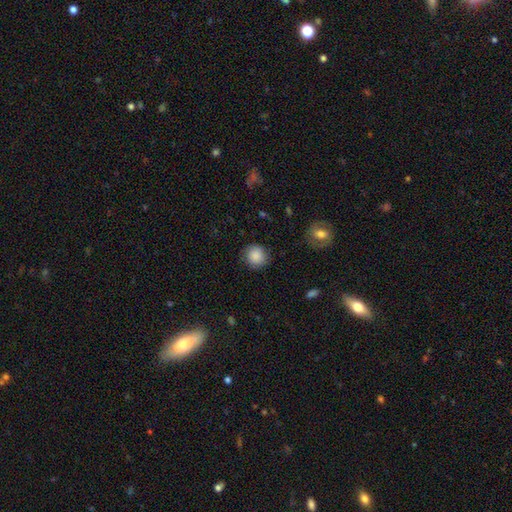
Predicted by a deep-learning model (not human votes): smooth_or_featured: smooth (p=0.87) [alt: star or artifact p=0.08]
how_rounded: round (p=0.89) [alt: in between p=0.10]
merging: none (p=0.85) [alt: minor disturbance p=0.11]